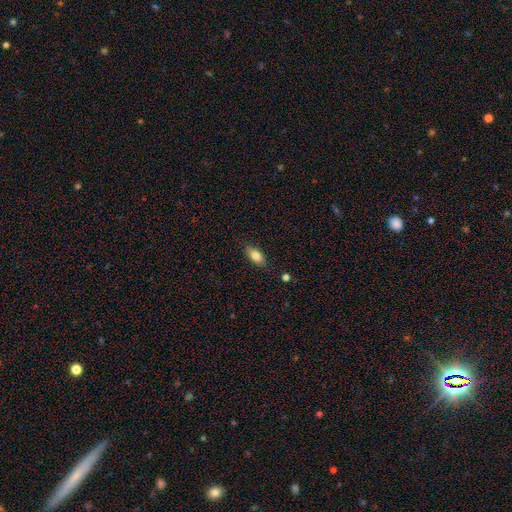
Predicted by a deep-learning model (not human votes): This appears to be a smooth galaxy with no disk features (79%) that is in between round and cigar-shaped (85%). Merging: none (84%).